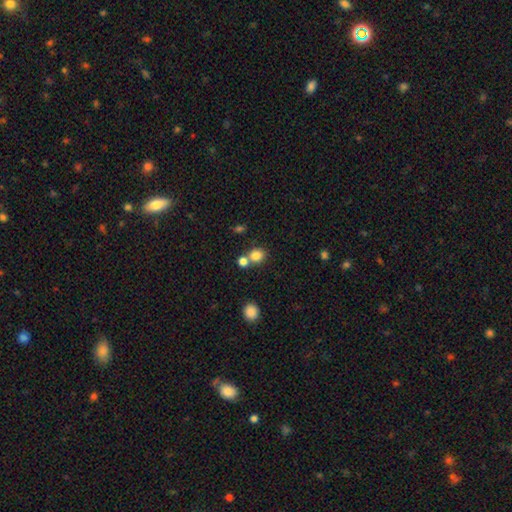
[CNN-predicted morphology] This appears to be a smooth galaxy with no disk features (82%) that is round (77%). Merging: none (56%).